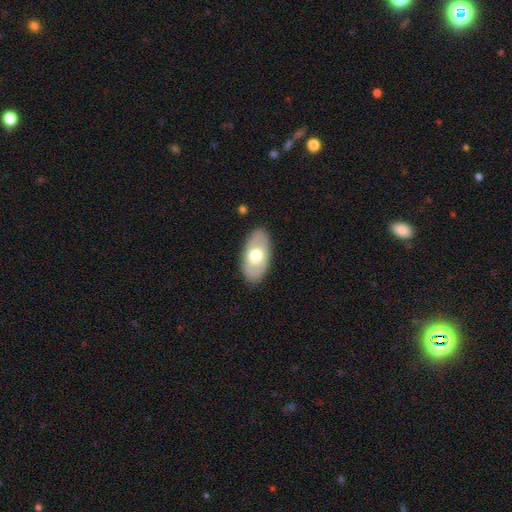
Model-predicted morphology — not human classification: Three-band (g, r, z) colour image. It shows a smooth galaxy with no disk features (57%) that is in between round and cigar-shaped (93%). Merging: none (86%).